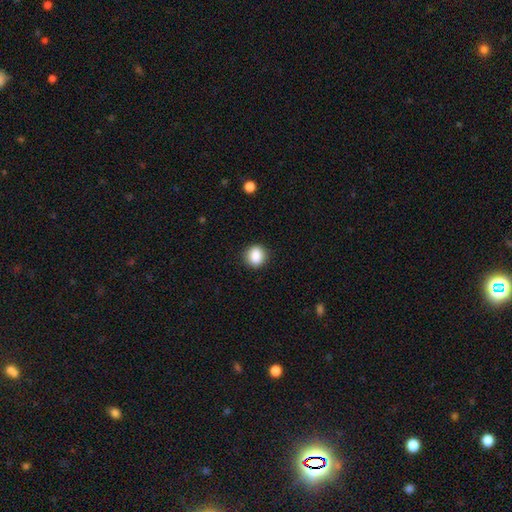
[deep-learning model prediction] Q: Smooth or featured?
A: smooth (88%); runner-up: star or artifact (9%)
Q: How rounded?
A: round (74%); runner-up: in between (25%)
Q: Merging?
A: none (89%); runner-up: minor disturbance (8%)